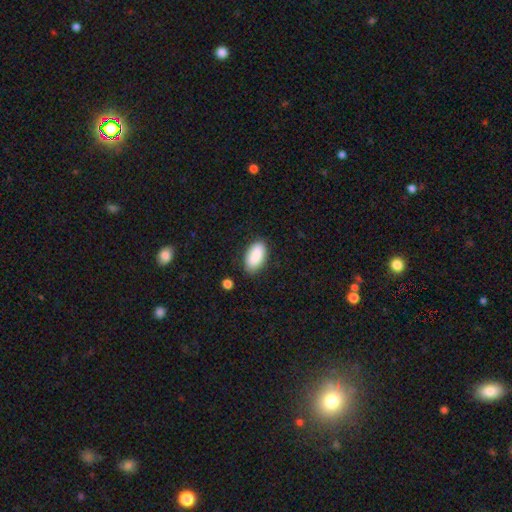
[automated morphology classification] Smooth or featured? smooth (89%)
How rounded? in between (94%)
Merging? none (84%)